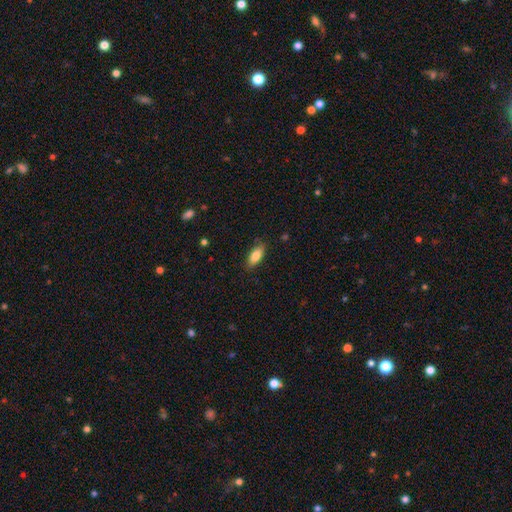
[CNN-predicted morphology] type=smooth (83%); roundness=in between (76%); merging=none (85%).